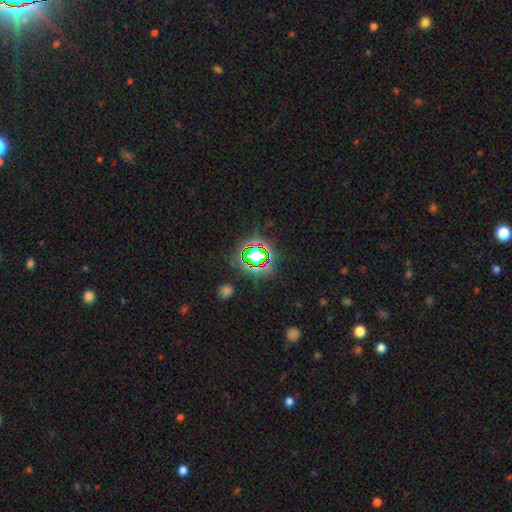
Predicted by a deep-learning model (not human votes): smooth_or_featured: star or artifact (p=0.72) [alt: smooth p=0.17]